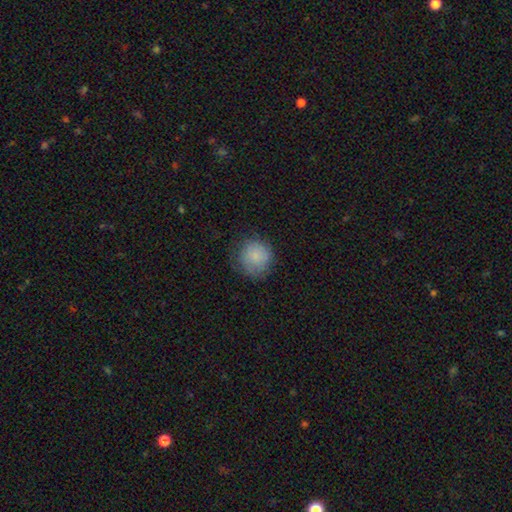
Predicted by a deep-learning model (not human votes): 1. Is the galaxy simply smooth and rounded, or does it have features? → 80% smooth, 12% featured or disk, 8% star or artifact.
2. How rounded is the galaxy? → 91% round, 9% in between, 1% cigar-shaped.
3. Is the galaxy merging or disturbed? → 71% none, 20% minor disturbance, 8% major disturbance, 1% merger.